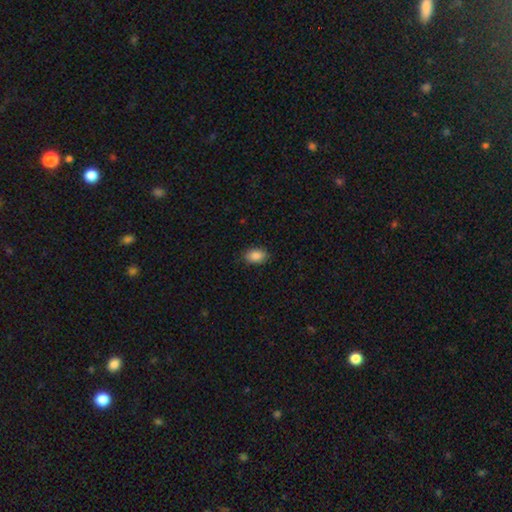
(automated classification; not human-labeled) smooth_or_featured: smooth (p=0.88) [alt: star or artifact p=0.07]
how_rounded: in between (p=0.88) [alt: round p=0.10]
merging: none (p=0.86) [alt: minor disturbance p=0.10]